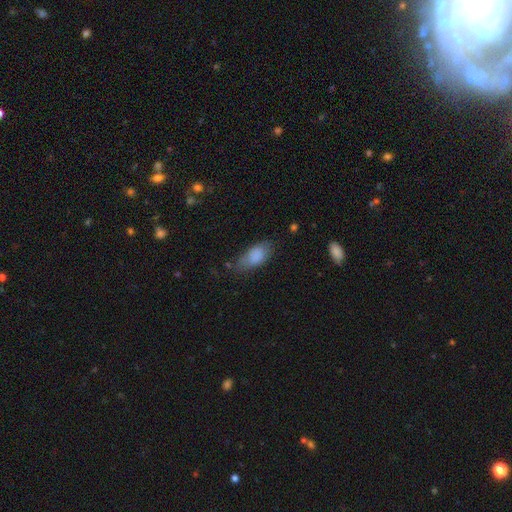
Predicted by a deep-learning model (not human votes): smooth-or-featured: smooth: 84% | featured or disk: 9% | star or artifact: 7%
  how-rounded: in between: 89% | cigar-shaped: 8% | round: 4%
  merging: none: 59% | minor disturbance: 28% | major disturbance: 10% | merger: 3%